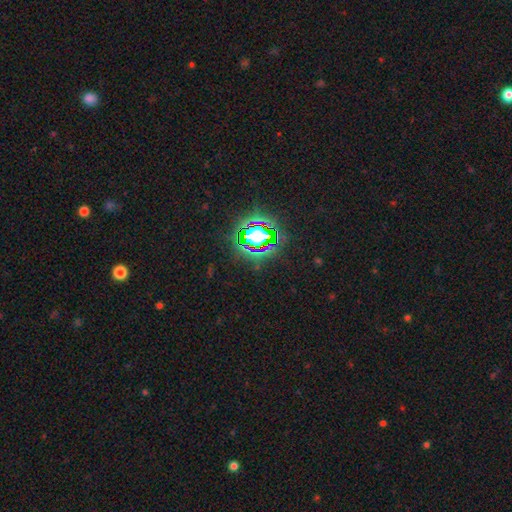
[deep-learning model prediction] The model was most divided on "smooth or featured": star or artifact: 80%, smooth: 12%, featured or disk: 8%.